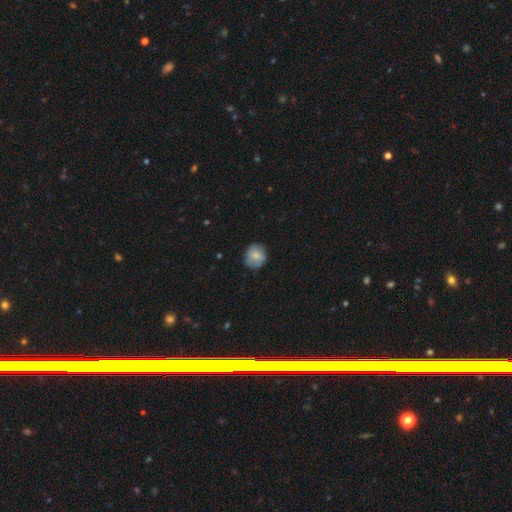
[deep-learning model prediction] Overall: smooth (75%). How rounded: round (83%). Merging: none (78%).